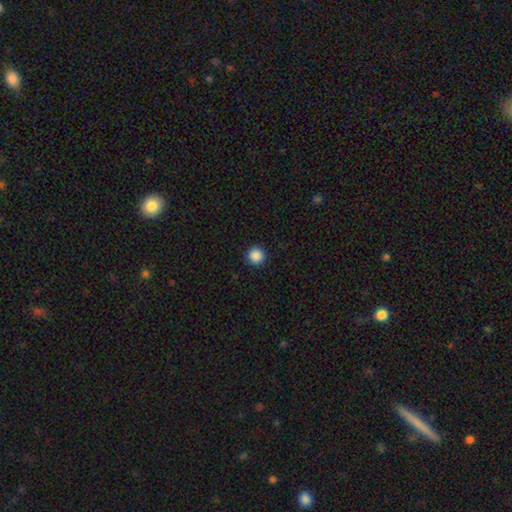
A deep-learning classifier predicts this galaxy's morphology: A smooth galaxy with no disk features (88%) that is round (96%).

Vote fractions:
- Smooth or featured? smooth: 88% / star or artifact: 9% / featured or disk: 2%
- How rounded? round: 96% / in between: 3% / cigar-shaped: 1%
- Merging? none: 93% / minor disturbance: 4% / major disturbance: 1% / merger: 1%